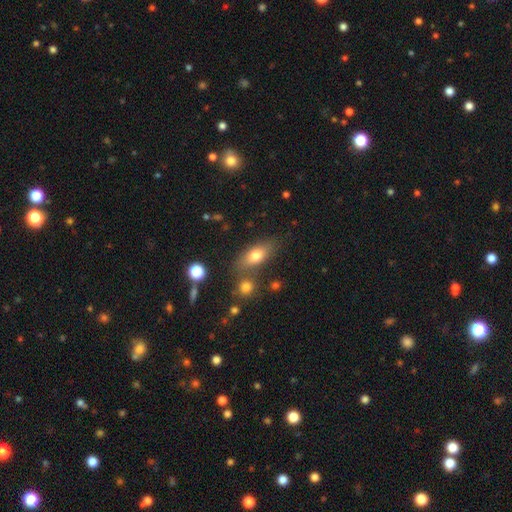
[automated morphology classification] This is likely a smooth galaxy (74%). How rounded: likely in between (79%). Merging: likely none (67%).